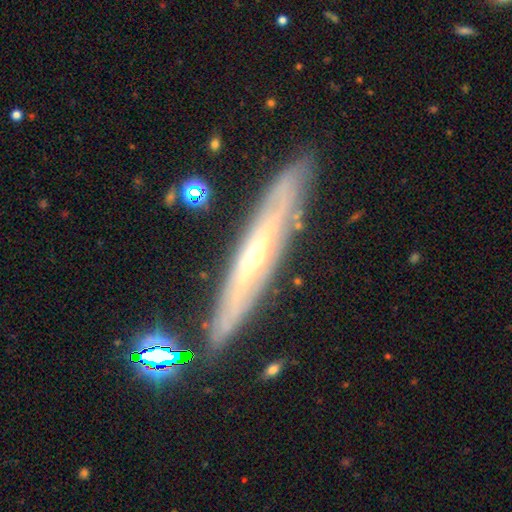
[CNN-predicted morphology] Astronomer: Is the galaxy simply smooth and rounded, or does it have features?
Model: featured or disk — 77%.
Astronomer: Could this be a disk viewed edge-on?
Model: yes — 75%.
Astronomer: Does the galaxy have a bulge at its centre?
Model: rounded — 64%.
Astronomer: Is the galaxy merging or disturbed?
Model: none — 83%.